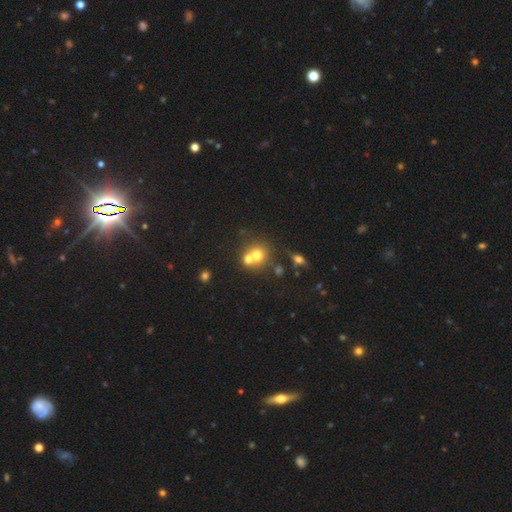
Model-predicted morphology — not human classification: A smooth galaxy with no disk features (65%) that is round (82%).

Vote fractions:
- Smooth or featured? smooth: 65% / featured or disk: 20% / star or artifact: 15%
- How rounded? round: 82% / in between: 17% / cigar-shaped: 1%
- Merging? merger: 50% / none: 40% / minor disturbance: 7% / major disturbance: 3%